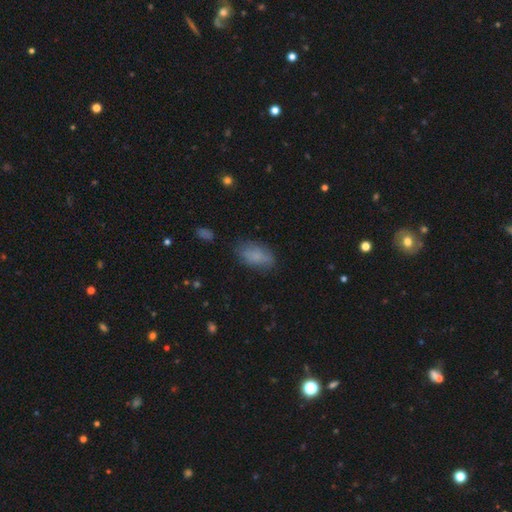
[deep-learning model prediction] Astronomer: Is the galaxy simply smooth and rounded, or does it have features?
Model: smooth — 80%.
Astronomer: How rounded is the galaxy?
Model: in between — 91%.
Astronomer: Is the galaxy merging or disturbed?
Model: none — 73%.